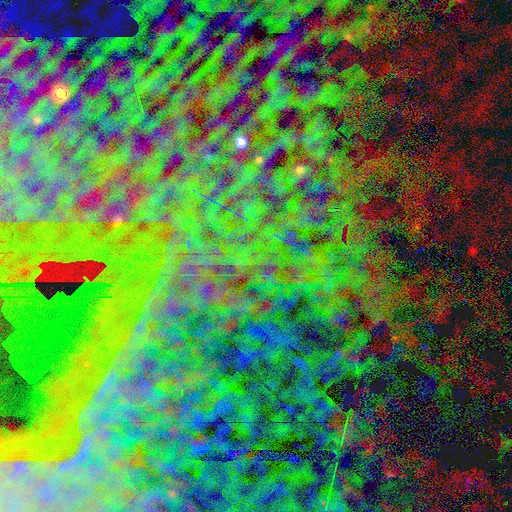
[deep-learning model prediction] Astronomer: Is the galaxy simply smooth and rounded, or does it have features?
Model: star or artifact — 86%.